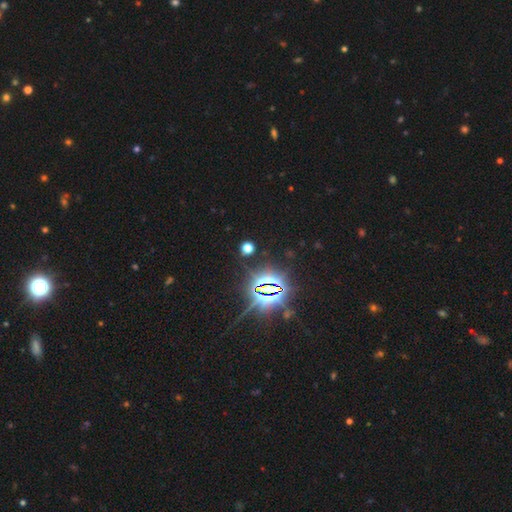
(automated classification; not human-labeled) Morphology: type=star or artifact (86%).